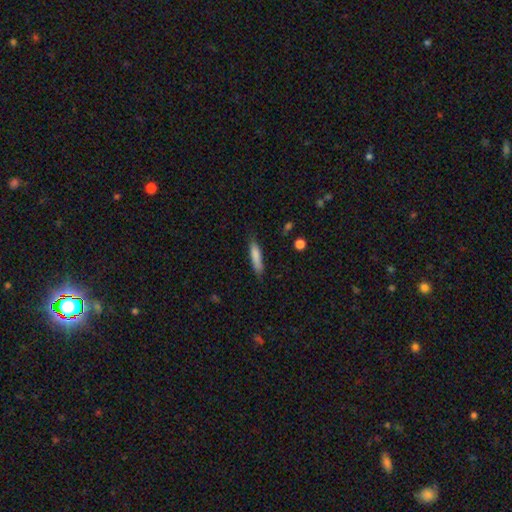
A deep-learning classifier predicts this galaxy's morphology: Overall: smooth (81%). How rounded: cigar-shaped (81%). Merging: none (78%).